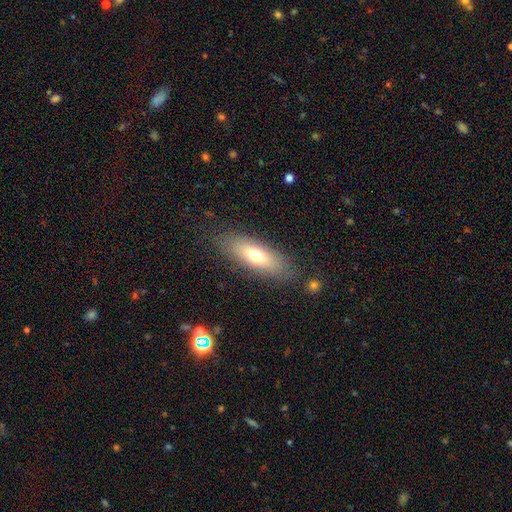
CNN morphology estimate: Smooth or featured? smooth (68%)
How rounded? in between (65%)
Merging? none (84%)